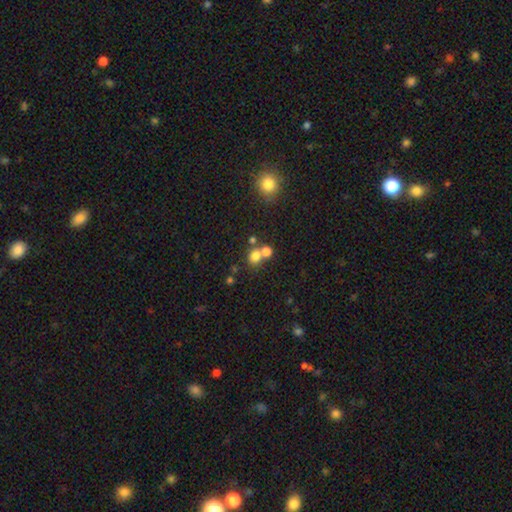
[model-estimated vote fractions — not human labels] Smooth or featured? Predicted: smooth (p=0.75). How rounded? Predicted: round (p=0.77). Merging? Predicted: none (p=0.48).